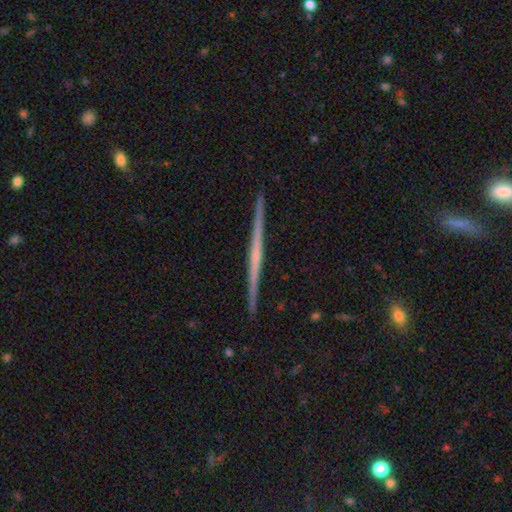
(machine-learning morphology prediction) Smooth or featured? Predicted: featured or disk (p=0.73). Edge-on disk? Predicted: yes (p=0.99). Edge-on bulge? Predicted: none (p=0.73). Merging? Predicted: none (p=0.93).